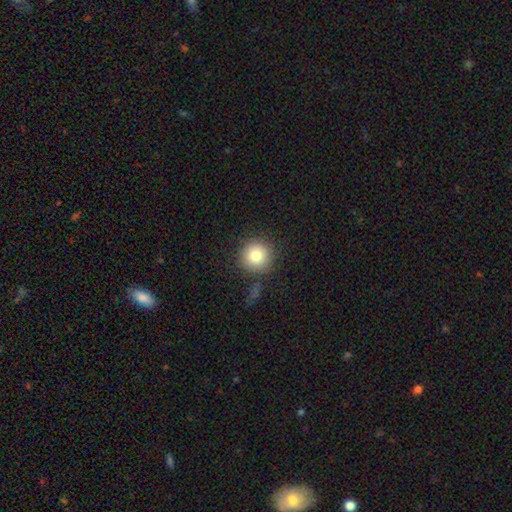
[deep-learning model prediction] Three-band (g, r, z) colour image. It shows a smooth galaxy with no disk features (81%) that is round (94%). Merging: none (85%).